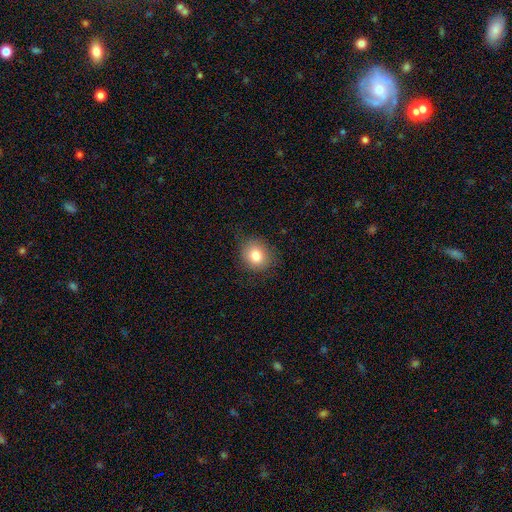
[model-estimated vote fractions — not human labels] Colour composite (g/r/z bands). It shows a smooth galaxy with no disk features (81%) that is round (75%). Merging: none (83%).